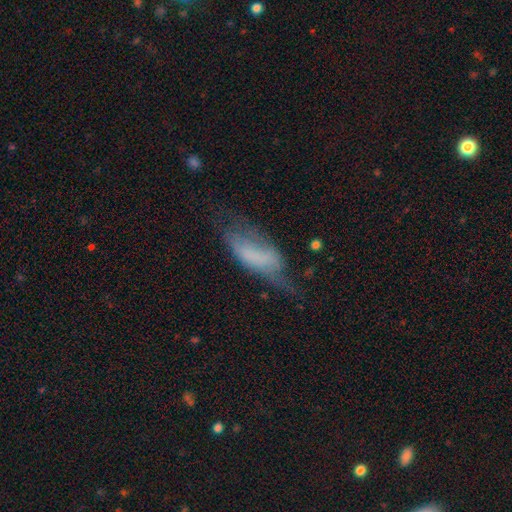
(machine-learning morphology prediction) Smooth or featured?
  - smooth: 50% *
  - featured or disk: 39%
  - star or artifact: 11%
Merging?
  - major disturbance: 36% *
  - minor disturbance: 30%
  - none: 30%
  - merger: 4%